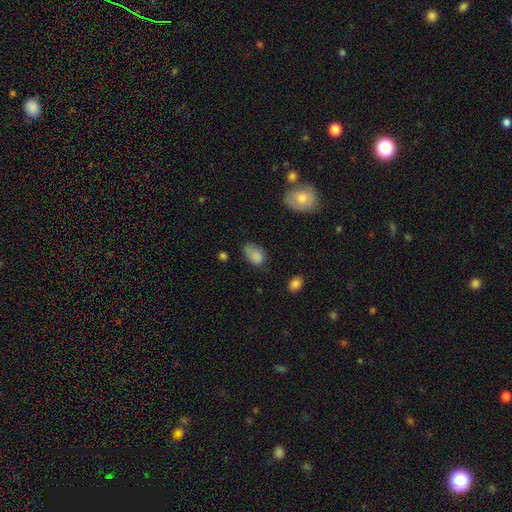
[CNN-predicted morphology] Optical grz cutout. It shows a smooth galaxy with no disk features (81%) that is in between round and cigar-shaped (85%). Merging: none (45%).